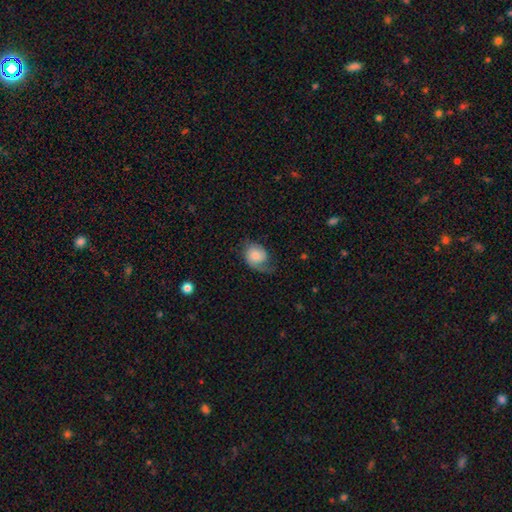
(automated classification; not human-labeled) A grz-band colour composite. It shows a featured or disk galaxy (47%). Merging: none (45%).